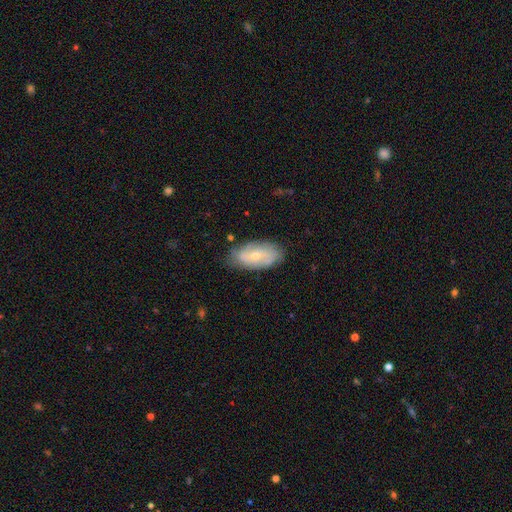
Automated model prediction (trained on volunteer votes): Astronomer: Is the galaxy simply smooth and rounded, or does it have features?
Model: featured or disk — 54% (runner-up: smooth, 39%).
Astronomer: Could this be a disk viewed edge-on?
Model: no — 92%.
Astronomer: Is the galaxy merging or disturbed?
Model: none — 77%.